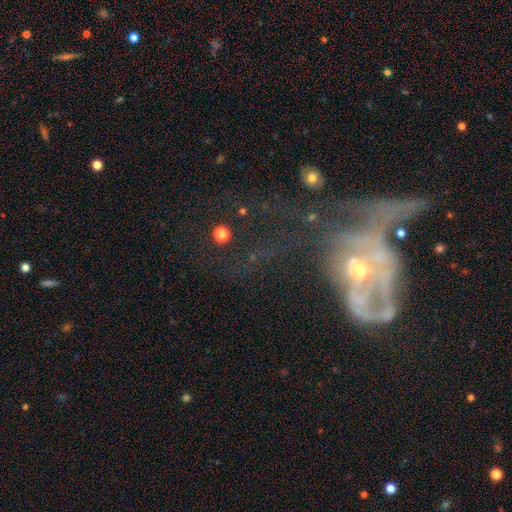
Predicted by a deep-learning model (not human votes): Overall: featured or disk (64%). Edge-on disk: no (92%). Bar: no (76%). Spiral arms: no (51%; yes 49%). Bulge size: small (45%; moderate 43%). Merging: major disturbance (39%; merger 34%).